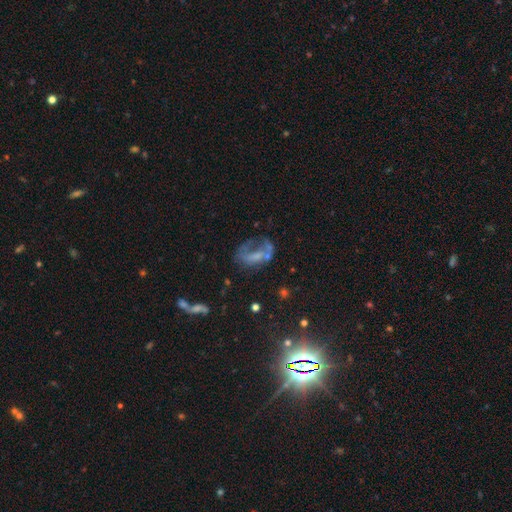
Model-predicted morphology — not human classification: A featured or disk galaxy (49%). Merging: major disturbance (40%).